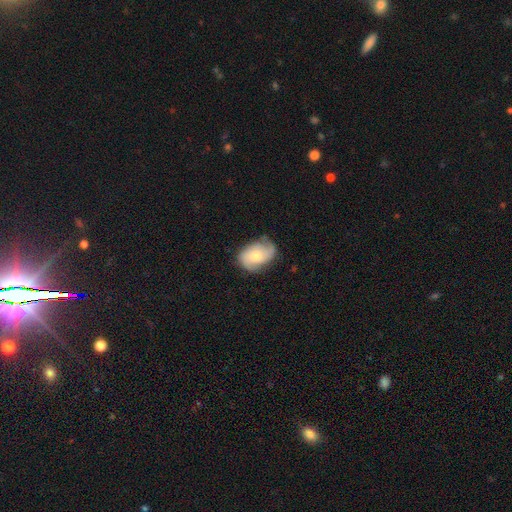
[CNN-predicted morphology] This appears to be a featured or disk galaxy (57%) with no bar (74%), spiral arms (87%) and a small central bulge (47%). Merging: none (65%).